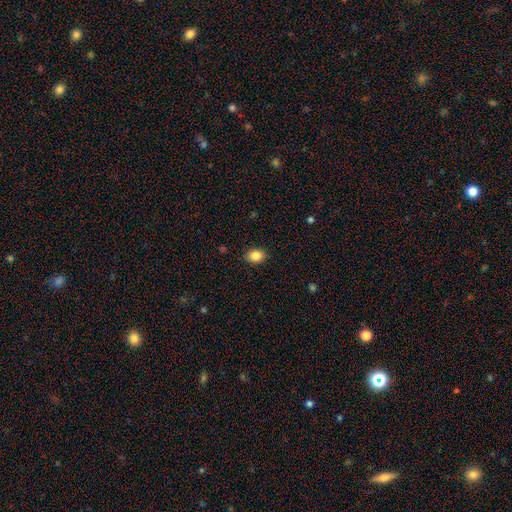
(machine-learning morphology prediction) This appears to be a smooth galaxy with no disk features (86%) that is in between round and cigar-shaped (66%). Merging: none (89%).